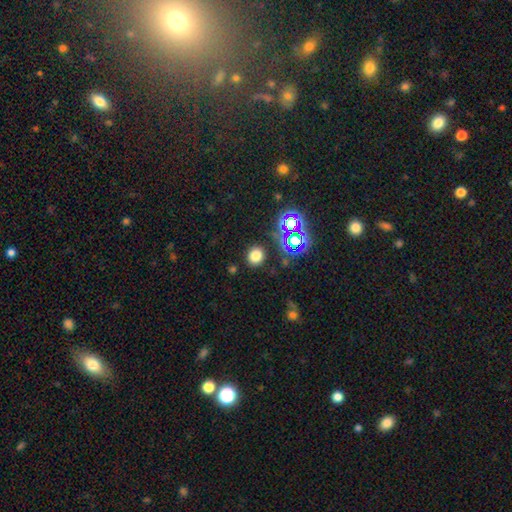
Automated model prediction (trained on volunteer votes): Smooth or featured? smooth (74%)
How rounded? round (80%)
Merging? none (87%)